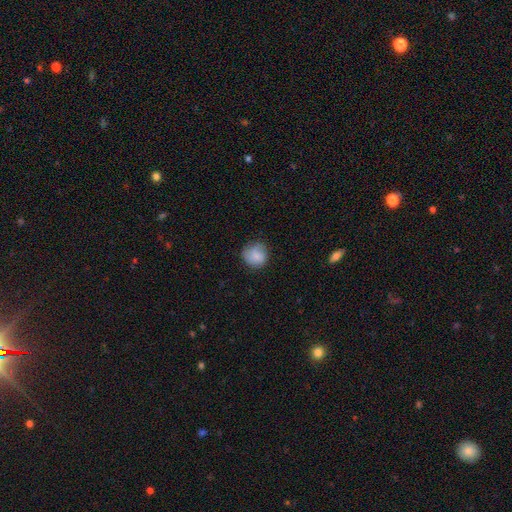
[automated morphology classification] type=smooth (80%); roundness=round (85%); merging=none (69%).